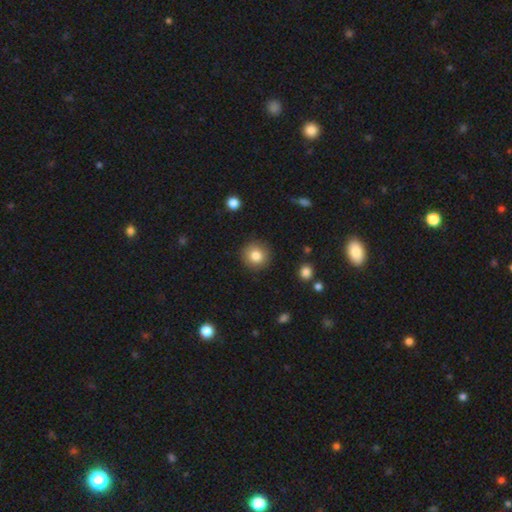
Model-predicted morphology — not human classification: smooth_or_featured: smooth (p=0.82) [alt: star or artifact p=0.09]
how_rounded: round (p=0.92) [alt: in between p=0.07]
merging: none (p=0.89) [alt: minor disturbance p=0.07]